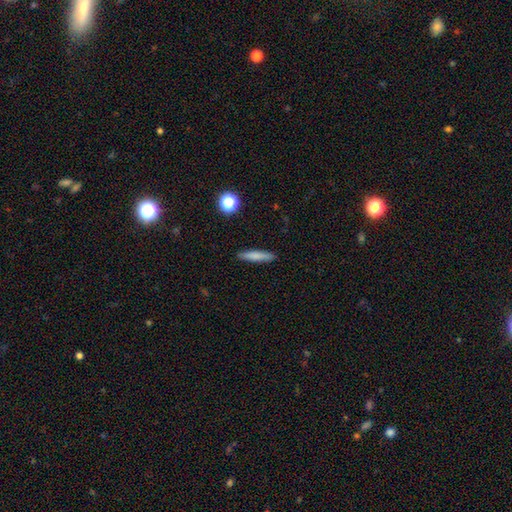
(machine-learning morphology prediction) Smooth or featured: smooth — 77% (featured or disk — 15%)
How rounded: cigar-shaped — 88% (in between — 10%)
Merging: none — 90% (minor disturbance — 7%)